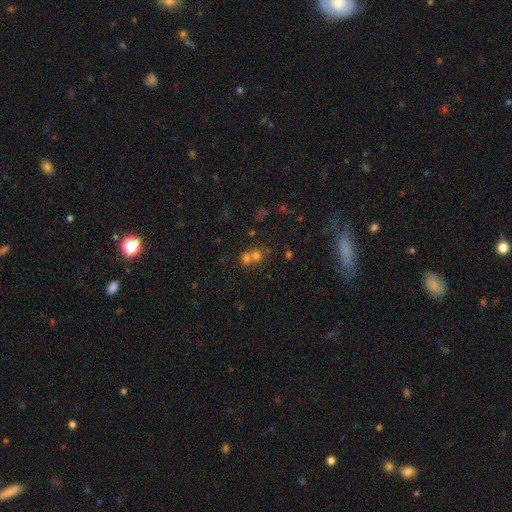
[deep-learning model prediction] This is likely a smooth galaxy (64%). How rounded: likely round (79%). Merging: possibly merger (59%).